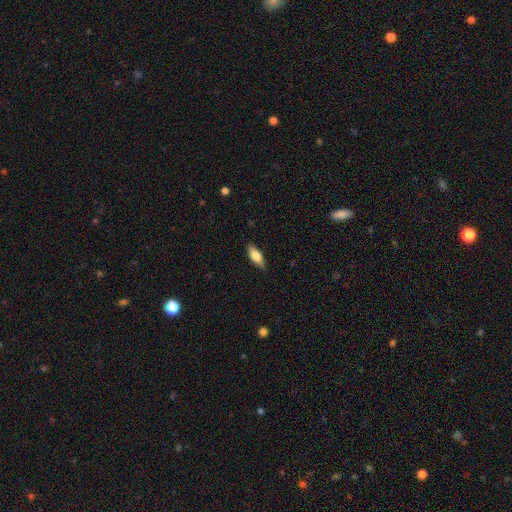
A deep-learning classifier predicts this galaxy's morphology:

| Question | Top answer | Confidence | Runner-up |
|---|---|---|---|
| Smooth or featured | smooth | 64% | featured or disk (29%) |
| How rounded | in between | 70% | cigar-shaped (27%) |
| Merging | none | 84% | minor disturbance (13%) |